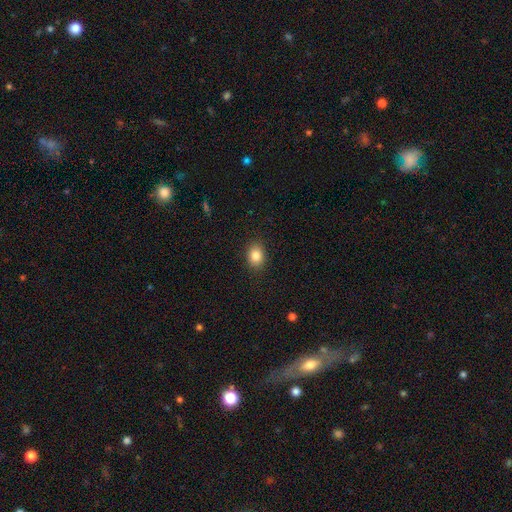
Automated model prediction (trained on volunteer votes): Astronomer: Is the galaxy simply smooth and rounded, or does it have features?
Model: smooth — 85%.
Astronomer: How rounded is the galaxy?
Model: in between — 65%.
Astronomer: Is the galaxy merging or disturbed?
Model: none — 88%.